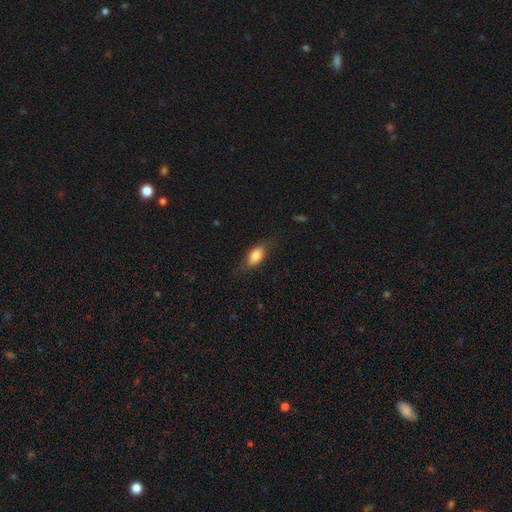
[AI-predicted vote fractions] The model was most divided on "merging": none: 74%, minor disturbance: 19%, major disturbance: 6%, merger: 1%. More confident: how rounded — in between (83%); smooth or featured — smooth (77%).